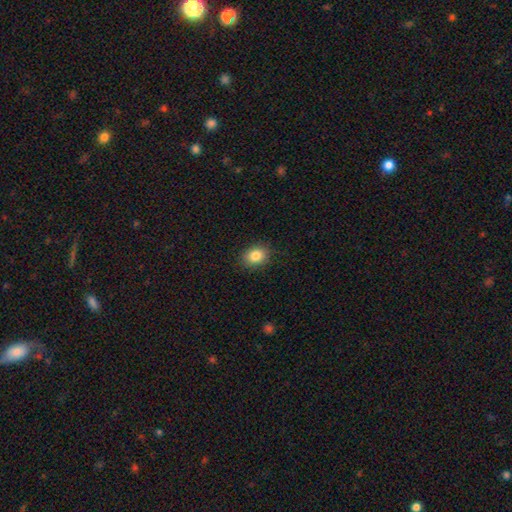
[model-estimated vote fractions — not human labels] Smooth or featured? Predicted: smooth (p=0.85). How rounded? Predicted: in between (p=0.57). Merging? Predicted: none (p=0.87).